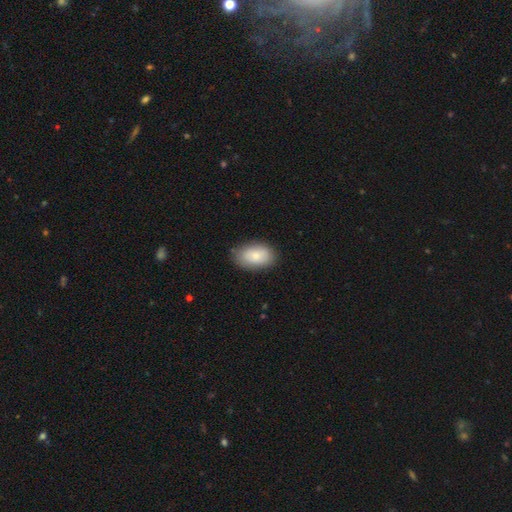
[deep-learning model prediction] Smooth or featured? Predicted: smooth (p=0.81). How rounded? Predicted: in between (p=0.91). Merging? Predicted: none (p=0.81).